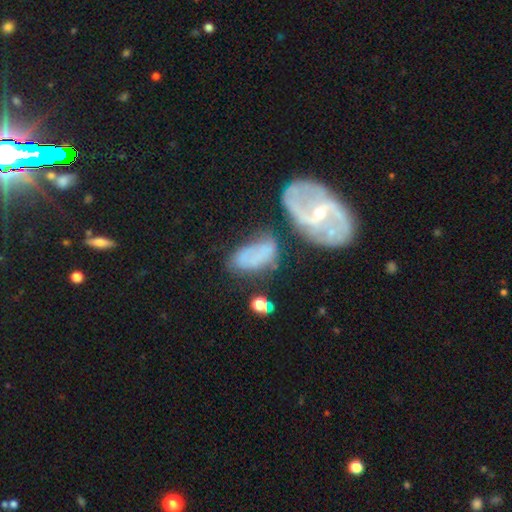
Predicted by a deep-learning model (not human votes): Overall: featured or disk (47%; smooth 41%). Merging: none (34%; merger 25%).